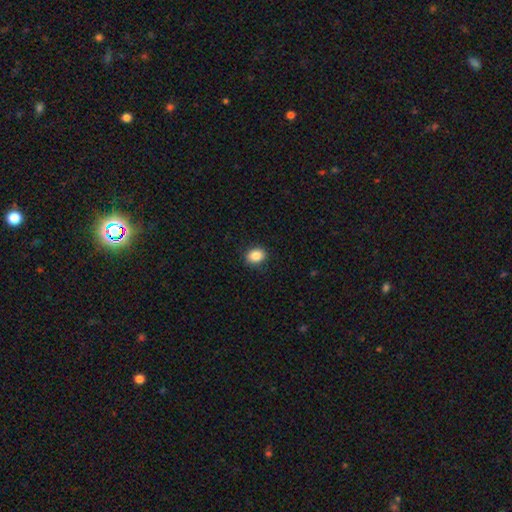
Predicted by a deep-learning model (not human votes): Overall: smooth (87%). How rounded: in between (61%; round 38%). Merging: none (89%).